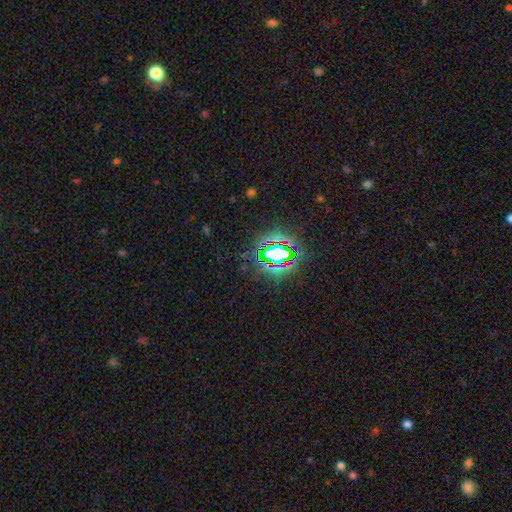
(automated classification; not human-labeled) Overall: star or artifact (80%).